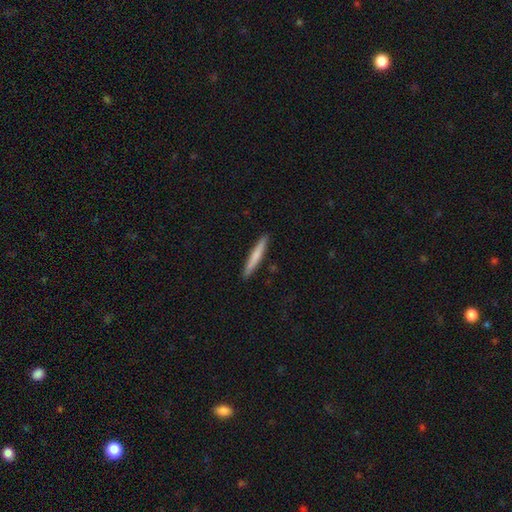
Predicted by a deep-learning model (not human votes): This is likely a smooth galaxy (71%). How rounded: clearly cigar-shaped (96%). Merging: clearly none (91%).